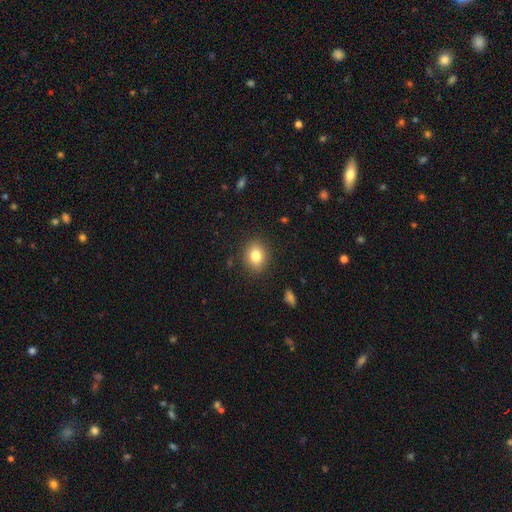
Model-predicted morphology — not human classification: This is clearly a smooth galaxy (81%). How rounded: possibly in between (50%). Merging: clearly none (88%).